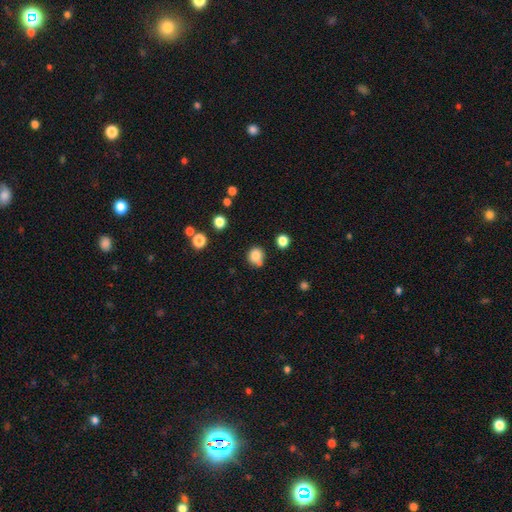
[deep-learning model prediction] Morphology: type=smooth (82%); roundness=round (82%); merging=none (64%).